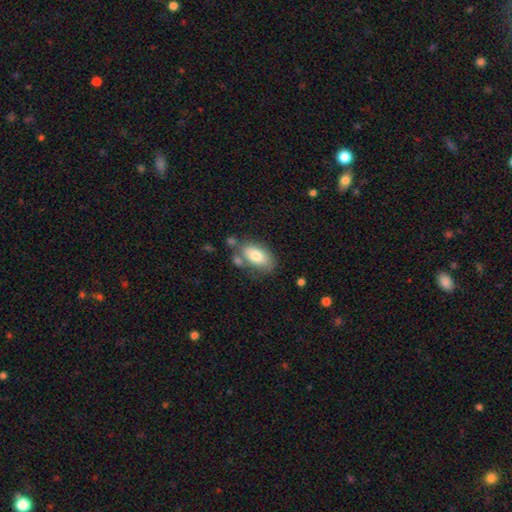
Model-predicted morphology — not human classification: smooth 76%, featured or disk 17%, star or artifact 7%. Down the decision tree: how rounded — in between (91%); merging — none (58%).